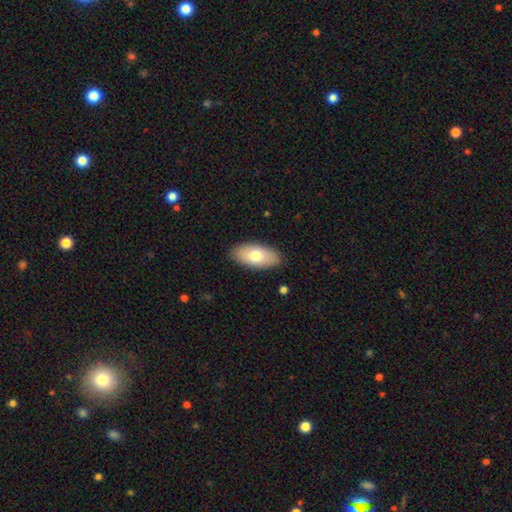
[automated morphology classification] This appears to be a smooth galaxy with no disk features (73%) that is in between round and cigar-shaped (92%). Merging: none (88%).